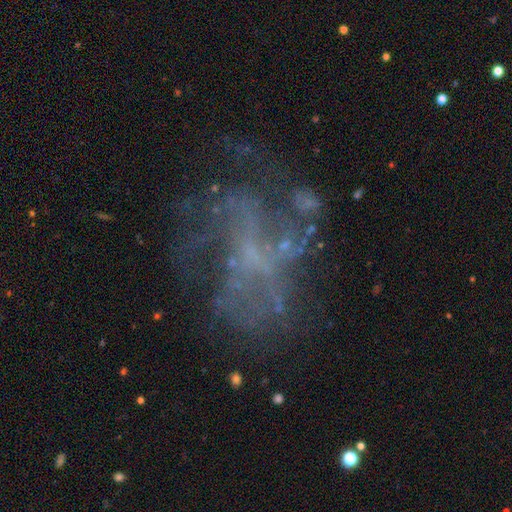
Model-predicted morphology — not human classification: Smooth or featured?
  - featured or disk: 65% *
  - star or artifact: 22%
  - smooth: 13%
Edge-on disk?
  - no: 98% *
  - yes: 2%
Bar?
  - no: 76% *
  - weak: 18%
  - strong: 6%
Spiral arms?
  - no: 58% *
  - yes: 42%
Bulge size?
  - none: 70% *
  - small: 22%
  - moderate: 6%
  - large: 1%
  - dominant: 1%
Merging?
  - none: 48% *
  - major disturbance: 31%
  - minor disturbance: 16%
  - merger: 5%